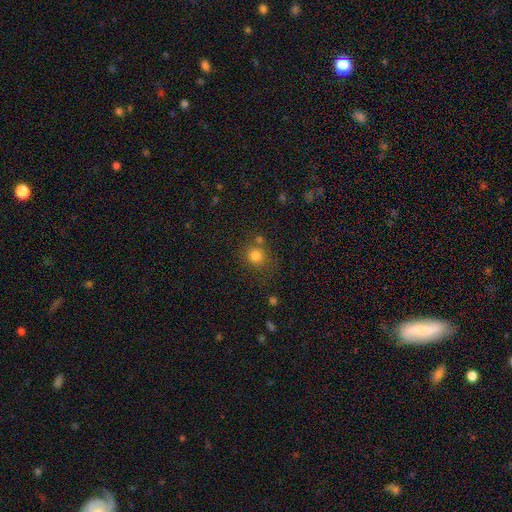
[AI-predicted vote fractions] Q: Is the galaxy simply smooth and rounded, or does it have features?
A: smooth — 81%.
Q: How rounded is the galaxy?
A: round — 87%.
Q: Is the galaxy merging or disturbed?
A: none — 68%.